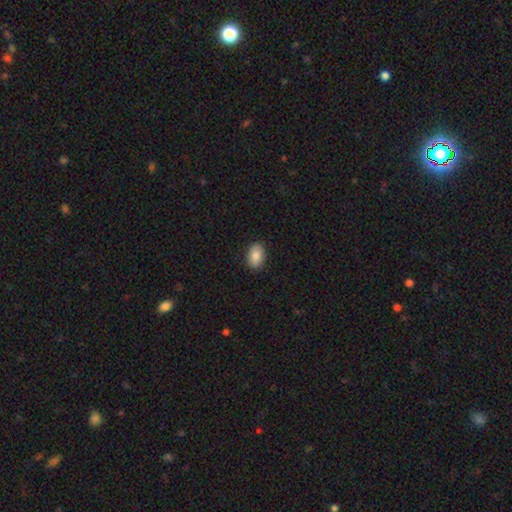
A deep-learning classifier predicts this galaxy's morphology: This is clearly a smooth galaxy (86%). How rounded: clearly in between (89%). Merging: clearly none (89%).